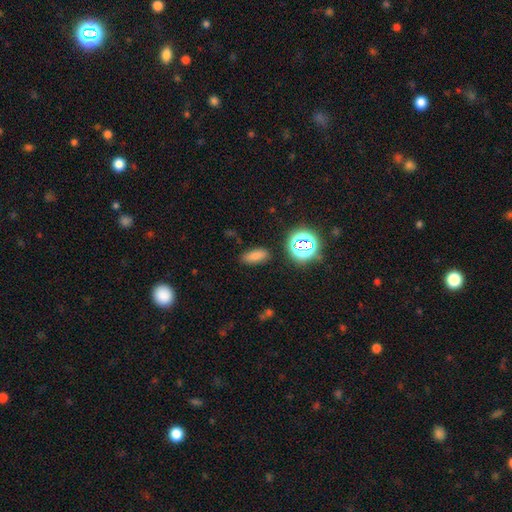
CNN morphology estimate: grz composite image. It shows a smooth galaxy with no disk features (74%) that is in between round and cigar-shaped (81%). Merging: none (83%).